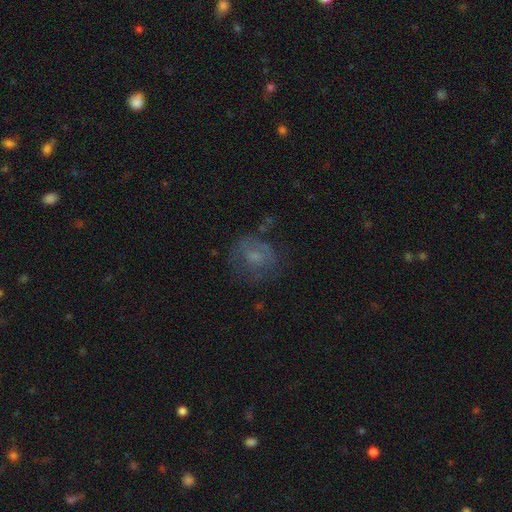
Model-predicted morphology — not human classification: Smooth or featured: smooth — 46% (featured or disk — 39%)
Merging: none — 61% (minor disturbance — 20%)